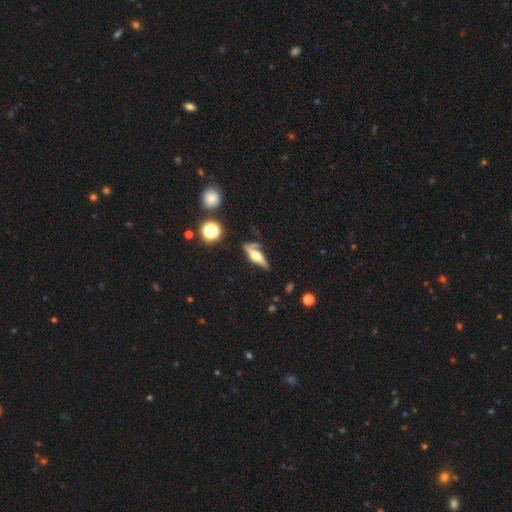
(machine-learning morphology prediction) Smooth or featured? featured or disk (55%)
Edge-on disk? yes (80%)
Merging? none (60%)